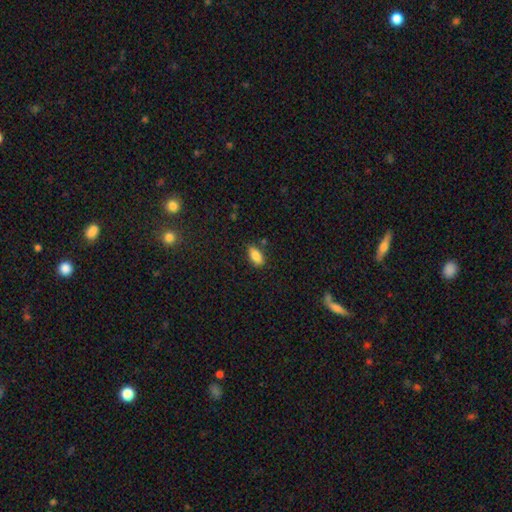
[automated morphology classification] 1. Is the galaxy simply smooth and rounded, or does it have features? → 84% smooth, 8% star or artifact, 8% featured or disk.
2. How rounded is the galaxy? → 89% in between, 8% cigar-shaped, 4% round.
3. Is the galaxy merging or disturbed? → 77% none, 16% minor disturbance, 3% major disturbance, 3% merger.